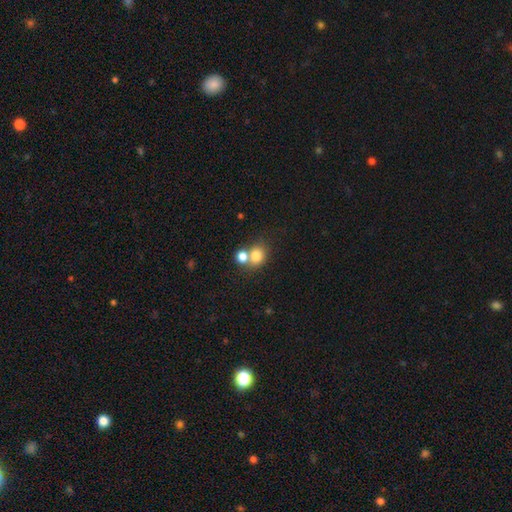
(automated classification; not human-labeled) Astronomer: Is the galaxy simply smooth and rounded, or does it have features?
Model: smooth — 78%.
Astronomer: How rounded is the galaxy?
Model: round — 75%.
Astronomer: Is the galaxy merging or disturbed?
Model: merger — 45% (runner-up: none, 44%).